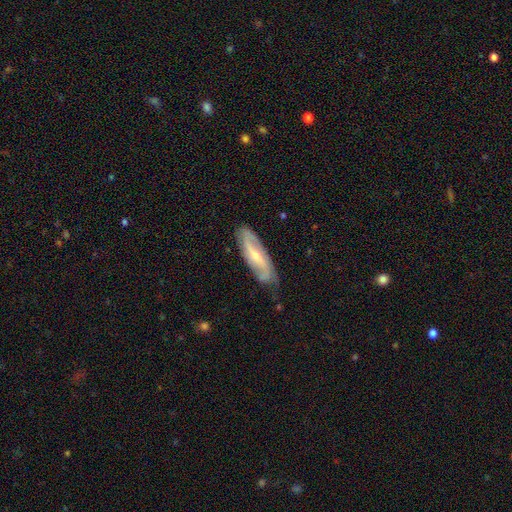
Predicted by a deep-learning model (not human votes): Smooth or featured? featured or disk (78%)
Edge-on disk? no (84%)
Bar? weak (39%)
Spiral arms? yes (92%)
Spiral winding? medium (40%)
Spiral arm count? 2 (81%)
Bulge size? small (62%)
Merging? none (75%)